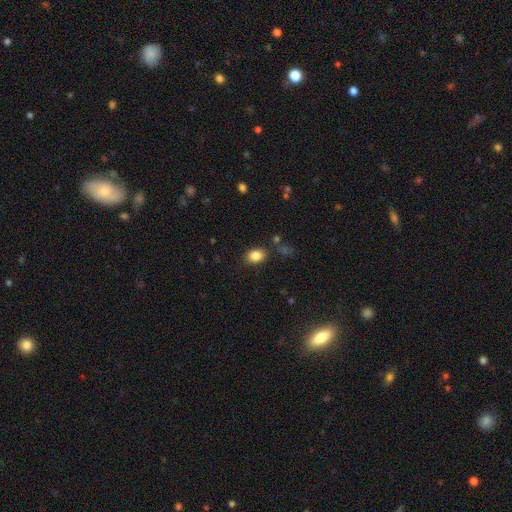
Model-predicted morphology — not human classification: A smooth galaxy with no disk features (85%) that is in between round and cigar-shaped (75%). Merging: none (83%).